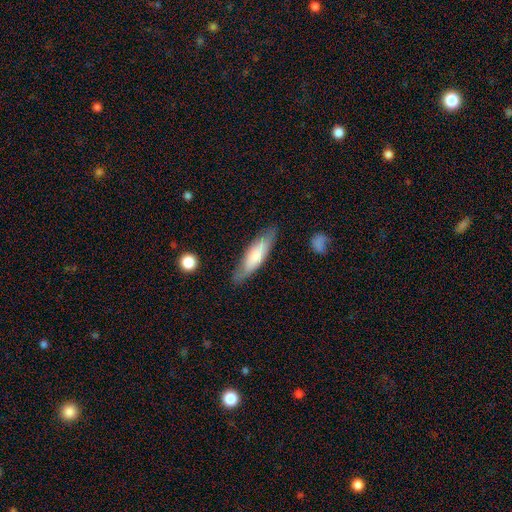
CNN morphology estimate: smooth_or_featured: smooth (p=0.67) [alt: featured or disk p=0.27]
how_rounded: cigar-shaped (p=0.62) [alt: in between p=0.37]
merging: none (p=0.79) [alt: minor disturbance p=0.16]